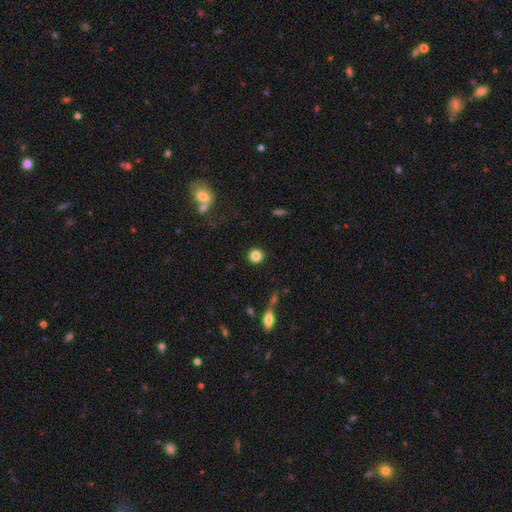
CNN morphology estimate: Smooth or featured?
  - smooth: 84% *
  - star or artifact: 10%
  - featured or disk: 6%
How rounded?
  - round: 92% *
  - in between: 7%
  - cigar-shaped: 1%
Merging?
  - none: 90% *
  - minor disturbance: 5%
  - major disturbance: 3%
  - merger: 2%